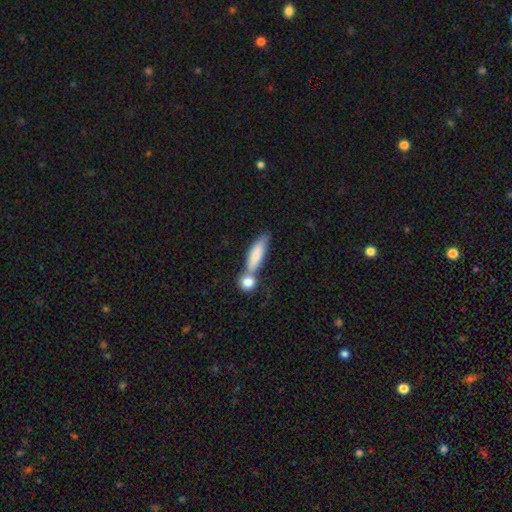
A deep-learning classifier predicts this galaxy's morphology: Smooth or featured? smooth (76%)
How rounded? cigar-shaped (53%)
Merging? none (43%)